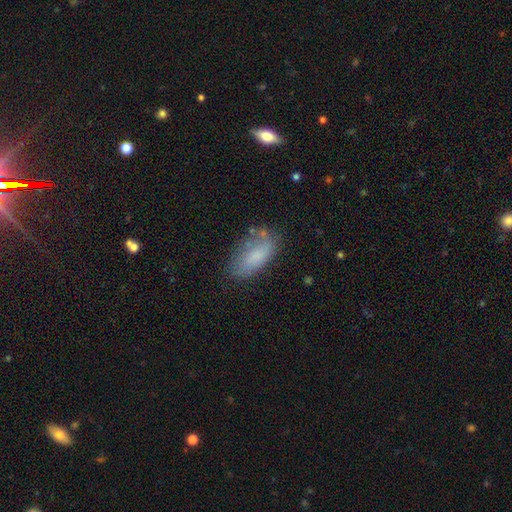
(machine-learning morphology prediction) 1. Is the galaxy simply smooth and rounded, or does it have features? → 76% smooth, 16% featured or disk, 8% star or artifact.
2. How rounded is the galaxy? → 87% in between, 11% cigar-shaped, 3% round.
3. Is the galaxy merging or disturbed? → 64% none, 24% minor disturbance, 8% major disturbance, 4% merger.